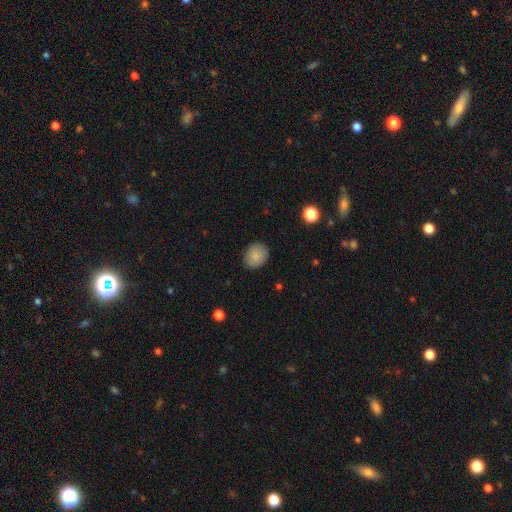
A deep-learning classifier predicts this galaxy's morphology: This appears to be a smooth galaxy with no disk features (86%) that is round (58%). Merging: none (86%).